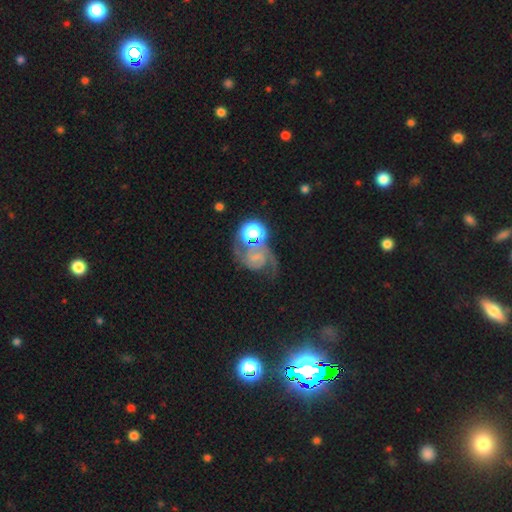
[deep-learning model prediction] featured or disk 72%, star or artifact 14%, smooth 14%. Down the decision tree: edge-on disk — no (98%); bar — no (48%); spiral arms — yes (95%); spiral arm count — 2 (84%); spiral winding — medium (53%); bulge size — small (46%); merging — none (51%).